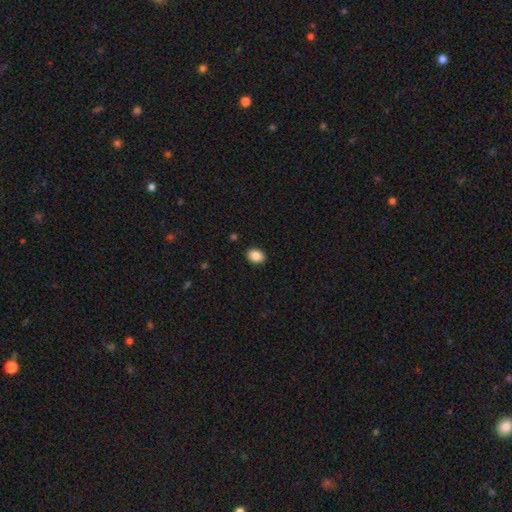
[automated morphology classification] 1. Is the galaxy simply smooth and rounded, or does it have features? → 88% smooth, 8% star or artifact, 3% featured or disk.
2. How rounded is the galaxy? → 64% in between, 35% round, 1% cigar-shaped.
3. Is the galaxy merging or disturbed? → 90% none, 7% minor disturbance, 2% major disturbance, 1% merger.